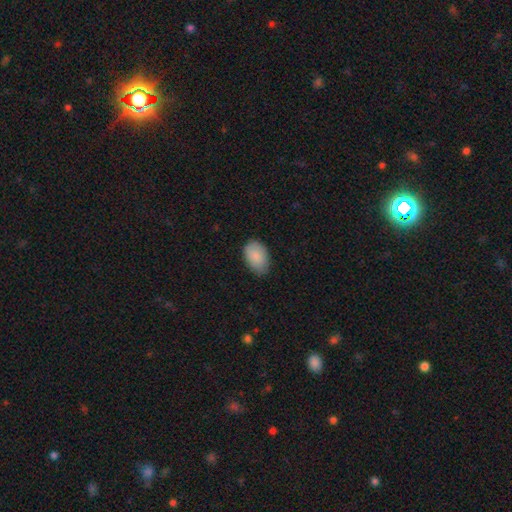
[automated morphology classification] type=smooth (87%); roundness=in between (91%); merging=none (73%).